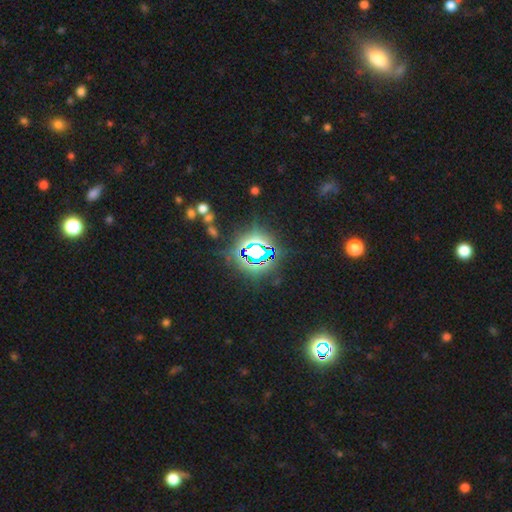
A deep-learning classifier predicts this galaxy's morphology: Q: Smooth or featured?
A: star or artifact (81%); runner-up: smooth (12%)